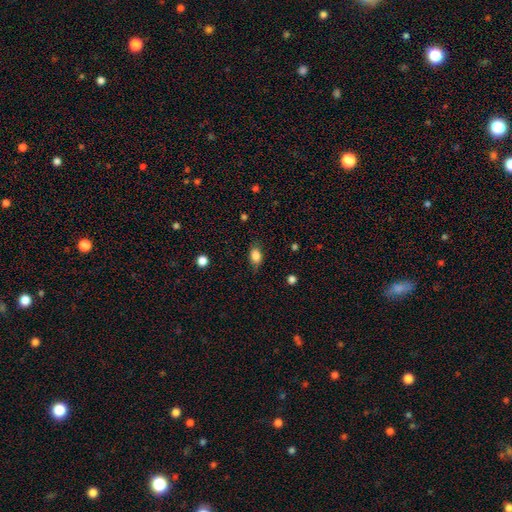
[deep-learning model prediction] This is clearly a smooth galaxy (84%). How rounded: likely in between (77%). Merging: likely none (75%).